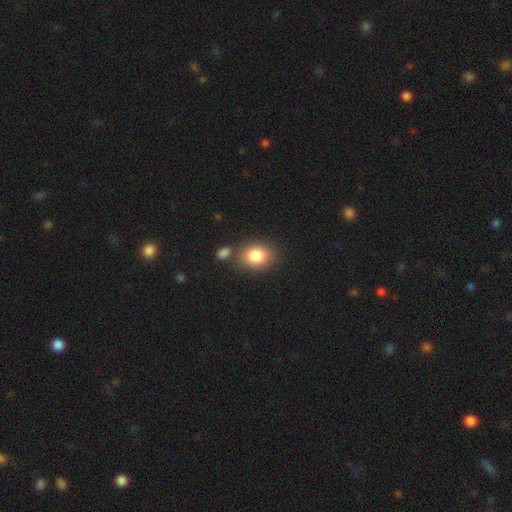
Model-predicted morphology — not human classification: Smooth or featured? smooth (84%)
How rounded? in between (62%)
Merging? none (69%)